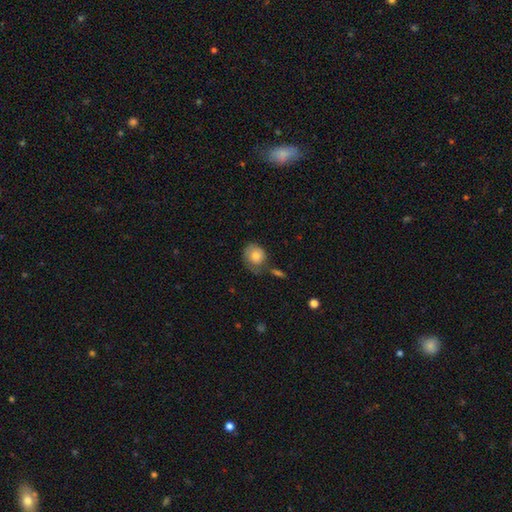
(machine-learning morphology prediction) Q: Smooth or featured?
A: smooth (70%); runner-up: featured or disk (23%)
Q: How rounded?
A: round (73%); runner-up: in between (26%)
Q: Merging?
A: none (47%); runner-up: minor disturbance (28%)